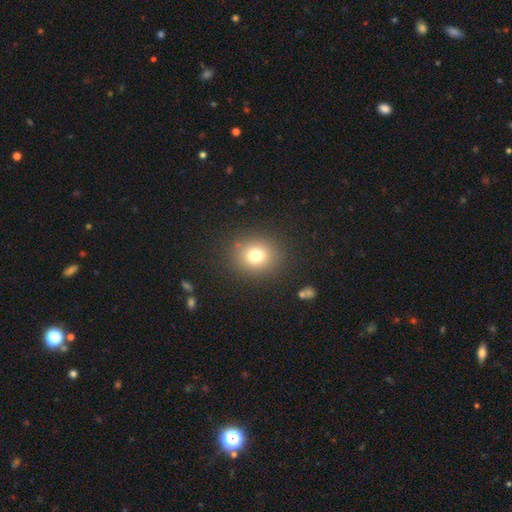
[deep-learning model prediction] The model was most divided on "how rounded": round: 79%, in between: 20%, cigar-shaped: 1%. More confident: merging — none (88%); smooth or featured — smooth (76%).